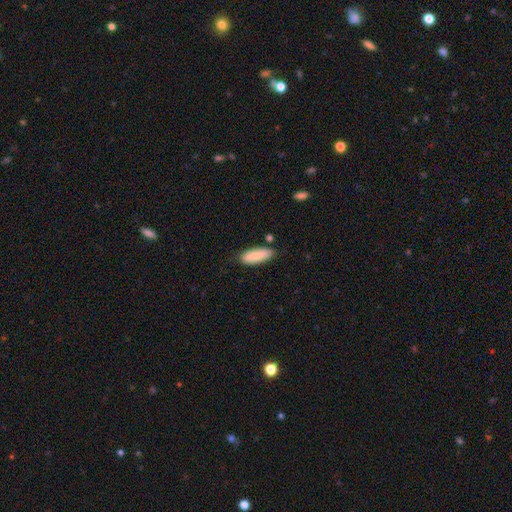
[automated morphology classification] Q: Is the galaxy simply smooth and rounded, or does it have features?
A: smooth — 84%.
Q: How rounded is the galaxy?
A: in between — 68%.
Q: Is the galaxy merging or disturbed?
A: none — 79%.